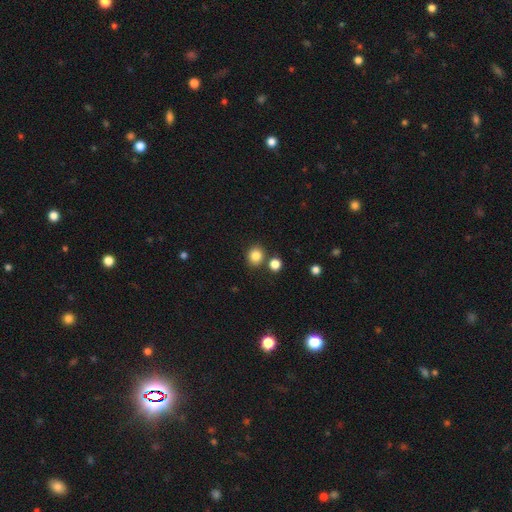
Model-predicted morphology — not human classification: Q: Smooth or featured?
A: smooth (84%); runner-up: star or artifact (11%)
Q: How rounded?
A: round (80%); runner-up: in between (19%)
Q: Merging?
A: none (78%); runner-up: merger (11%)